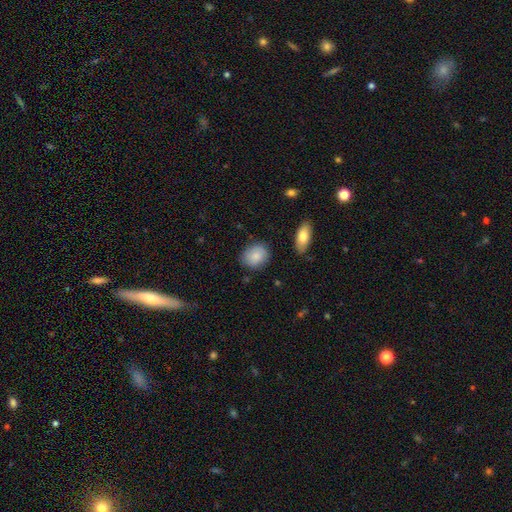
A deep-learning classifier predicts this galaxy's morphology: Smooth or featured: smooth — 86% (featured or disk — 7%)
How rounded: round — 51% (in between — 48%)
Merging: none — 82% (minor disturbance — 13%)